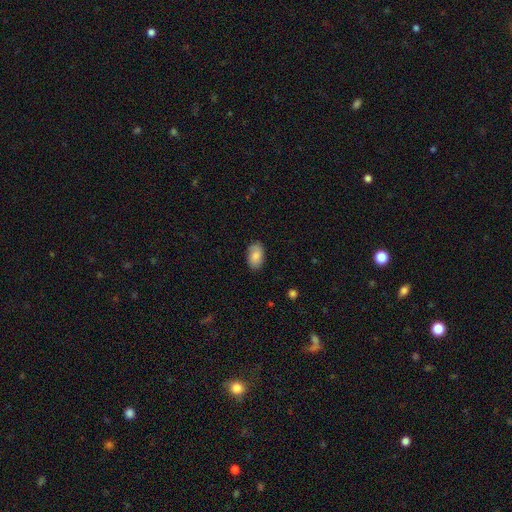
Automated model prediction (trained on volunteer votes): This appears to be a smooth galaxy with no disk features (82%) that is in between round and cigar-shaped (93%). Merging: none (83%).